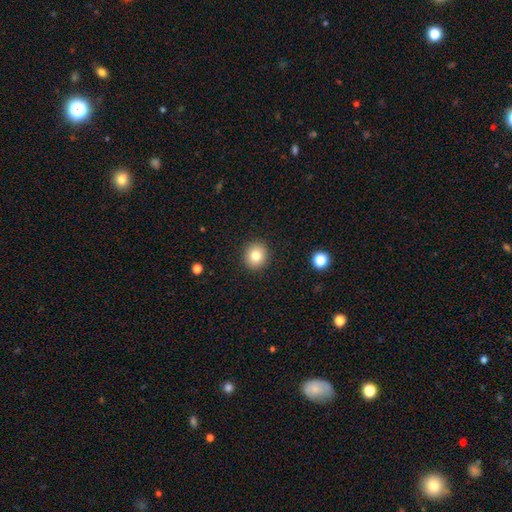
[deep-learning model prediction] smooth-or-featured: smooth: 80% | star or artifact: 10% | featured or disk: 9%
  how-rounded: round: 87% | in between: 12% | cigar-shaped: 1%
  merging: none: 91% | minor disturbance: 6% | major disturbance: 2% | merger: 1%